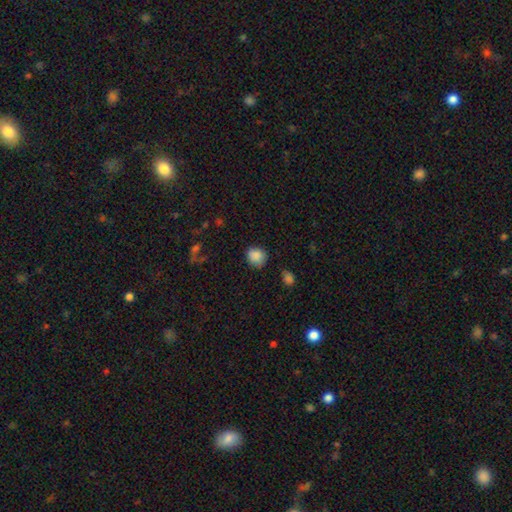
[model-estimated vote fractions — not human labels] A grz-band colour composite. It shows a smooth galaxy with no disk features (86%) that is round (74%). Merging: none (73%).